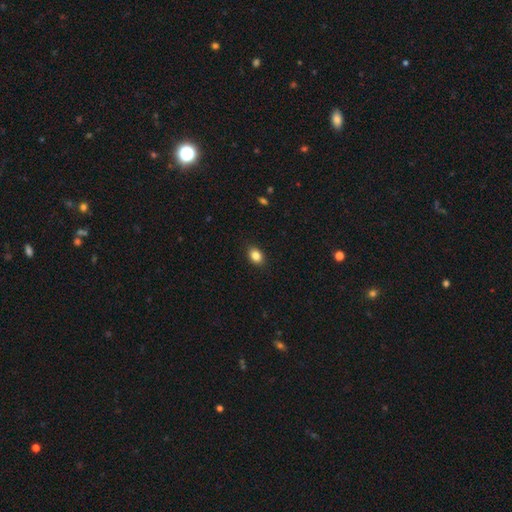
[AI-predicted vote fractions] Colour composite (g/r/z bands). It shows a smooth galaxy with no disk features (85%) that is in between round and cigar-shaped (73%). Merging: none (88%).